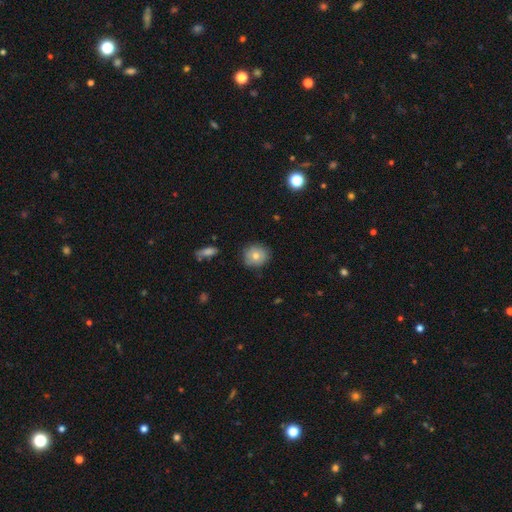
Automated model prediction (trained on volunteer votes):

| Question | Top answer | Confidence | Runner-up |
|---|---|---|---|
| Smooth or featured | smooth | 72% | featured or disk (19%) |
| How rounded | round | 88% | in between (11%) |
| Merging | none | 82% | minor disturbance (14%) |